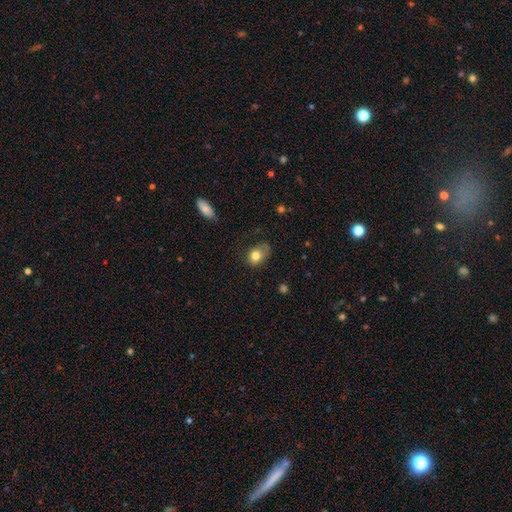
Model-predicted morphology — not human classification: Smooth or featured? smooth (78%)
How rounded? in between (73%)
Merging? none (42%)